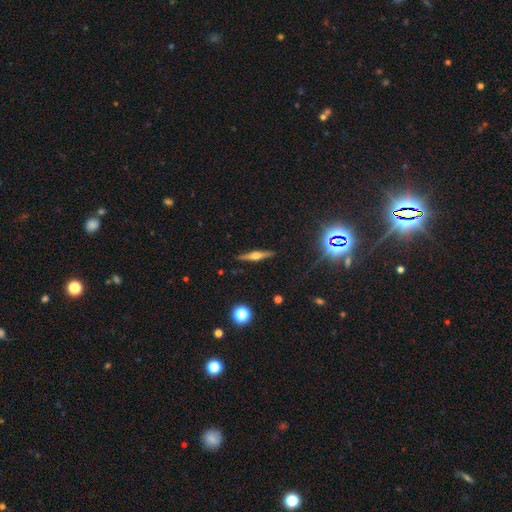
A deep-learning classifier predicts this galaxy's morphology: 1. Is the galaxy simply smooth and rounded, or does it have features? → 69% featured or disk, 21% smooth, 9% star or artifact.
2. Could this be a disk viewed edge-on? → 97% yes, 3% no.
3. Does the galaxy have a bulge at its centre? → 89% rounded, 8% boxy, 3% none.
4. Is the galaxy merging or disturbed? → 90% none, 7% minor disturbance, 2% major disturbance, 1% merger.